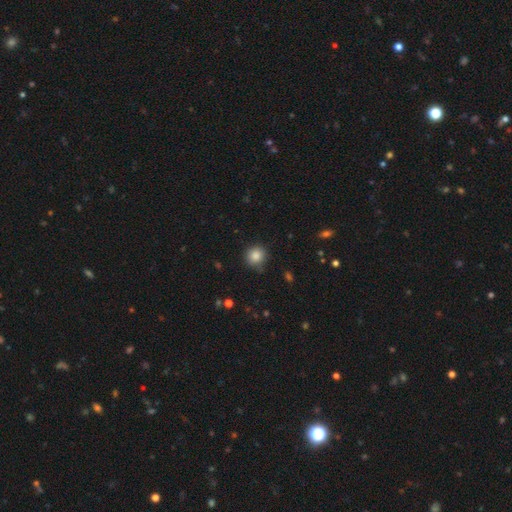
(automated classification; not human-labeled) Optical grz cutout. It shows a smooth galaxy with no disk features (85%) that is round (91%). Merging: none (83%).